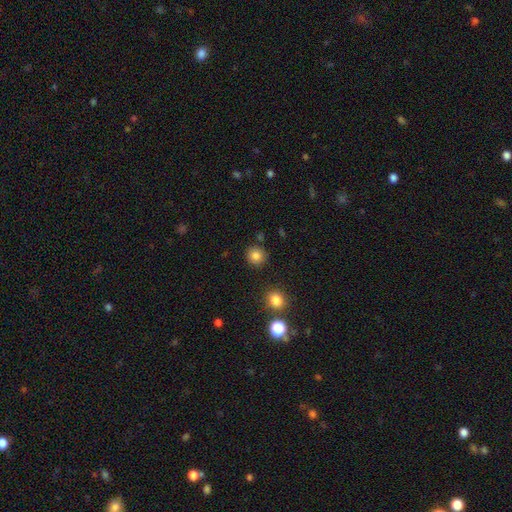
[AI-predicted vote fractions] Smooth or featured? Predicted: smooth (p=0.83). How rounded? Predicted: round (p=0.90). Merging? Predicted: none (p=0.87).